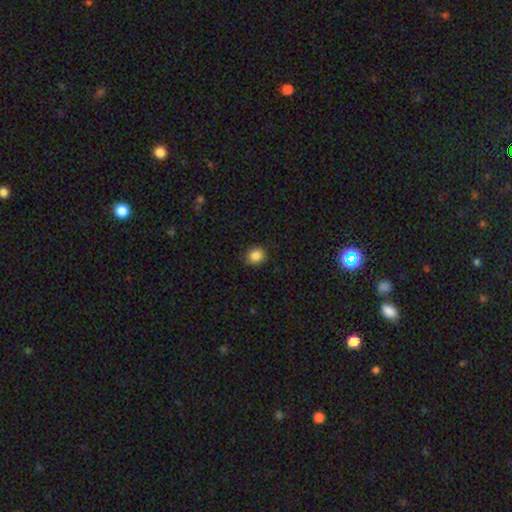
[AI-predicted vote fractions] A smooth galaxy with no disk features (86%) that is round (79%).

Vote fractions:
- Smooth or featured? smooth: 86% / star or artifact: 10% / featured or disk: 4%
- How rounded? round: 79% / in between: 20% / cigar-shaped: 1%
- Merging? none: 86% / minor disturbance: 10% / major disturbance: 2% / merger: 1%